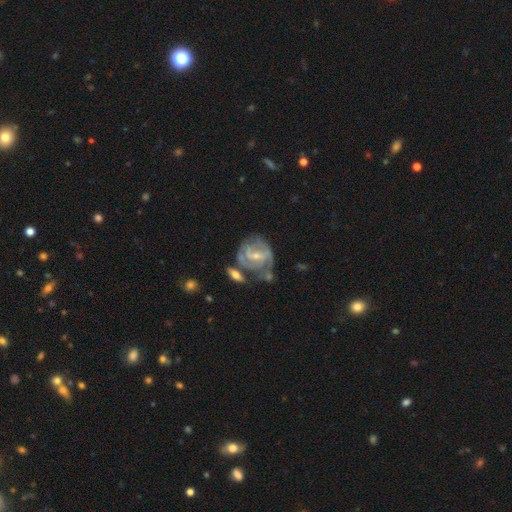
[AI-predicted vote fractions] This is clearly a featured or disk galaxy (83%). It is clearly not viewed edge-on (97%). Bar: possibly weak (49%). Spiral arm pattern: clearly yes (92%). Spiral arm count: marginally 2 (38%). Spiral winding: possibly tight (50%). Central bulge: likely small (65%). Merging: marginally none (45%).